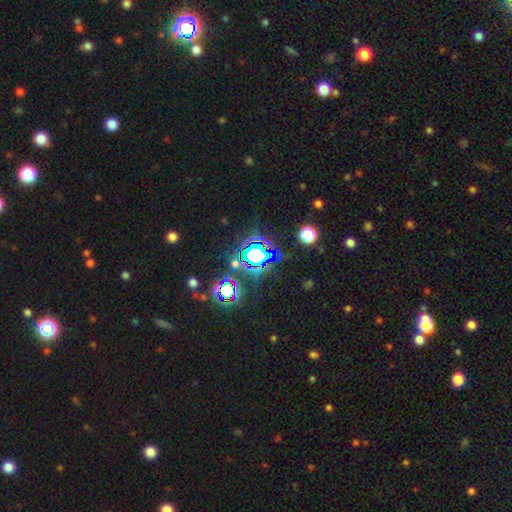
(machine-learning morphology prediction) This is likely a star or artifact rather than a galaxy (70%).